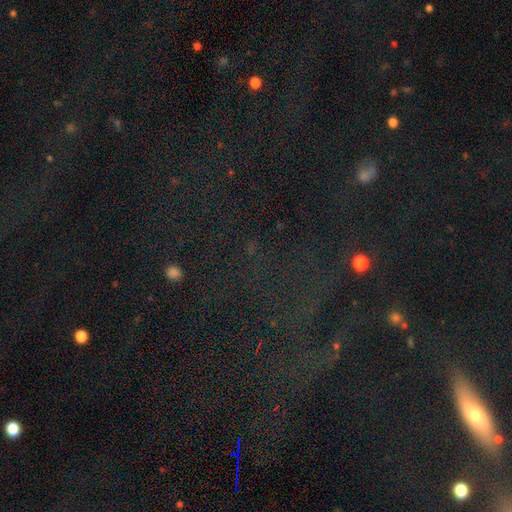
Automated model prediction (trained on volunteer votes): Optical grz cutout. It shows a star or artifact, not a galaxy (73%).